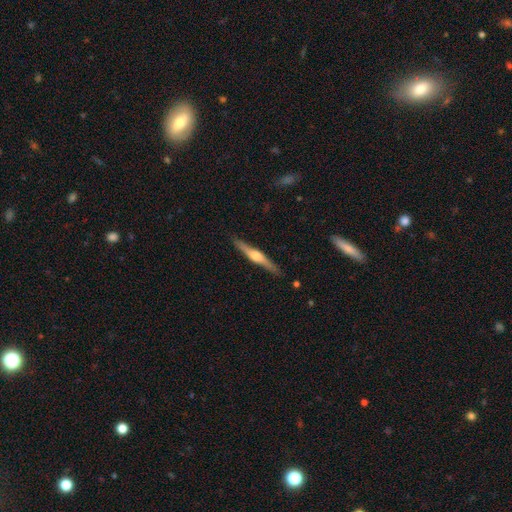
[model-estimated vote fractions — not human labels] Q: Smooth or featured?
A: featured or disk (71%); runner-up: smooth (24%)
Q: Edge-on disk?
A: yes (98%); runner-up: no (2%)
Q: Edge-on bulge?
A: rounded (90%); runner-up: boxy (6%)
Q: Merging?
A: none (89%); runner-up: minor disturbance (8%)